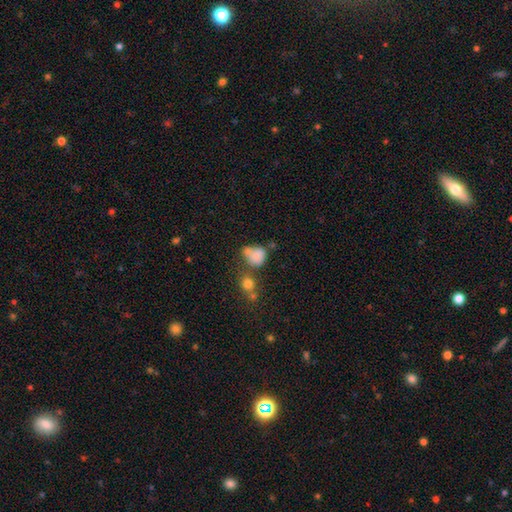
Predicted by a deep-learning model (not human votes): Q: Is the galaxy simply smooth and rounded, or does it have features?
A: smooth — 76%.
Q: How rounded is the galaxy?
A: round — 55%.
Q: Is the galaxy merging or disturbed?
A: merger — 35%.